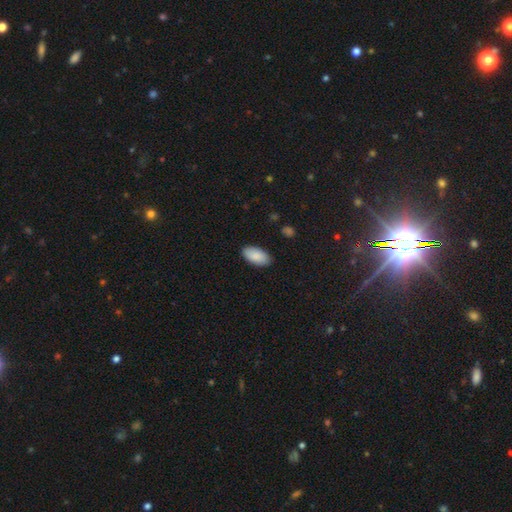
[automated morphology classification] This appears to be a smooth galaxy with no disk features (89%) that is in between round and cigar-shaped (95%). Merging: none (87%).